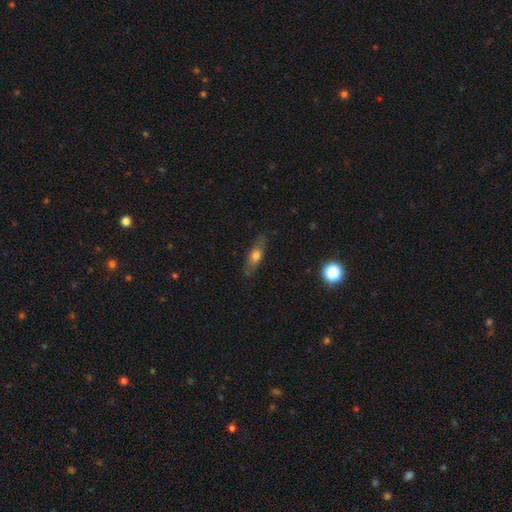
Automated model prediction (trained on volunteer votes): Smooth or featured? Predicted: smooth (p=0.59). How rounded? Predicted: in between (p=0.51). Merging? Predicted: none (p=0.80).